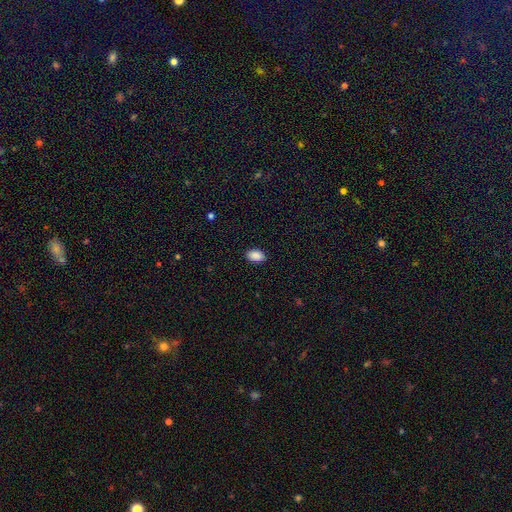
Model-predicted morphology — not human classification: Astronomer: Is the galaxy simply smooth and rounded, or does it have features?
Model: smooth — 90%.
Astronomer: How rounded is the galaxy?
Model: in between — 91%.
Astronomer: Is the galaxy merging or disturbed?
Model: none — 89%.